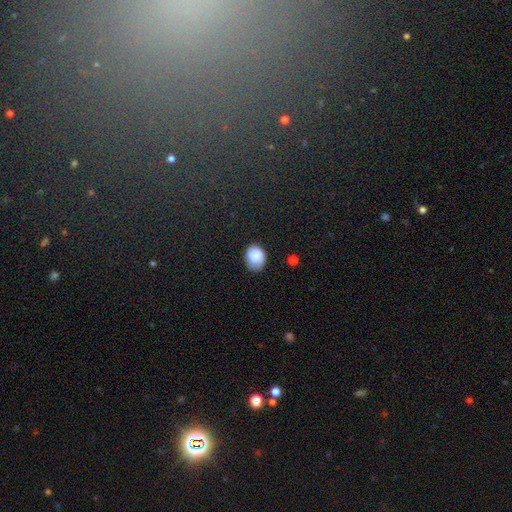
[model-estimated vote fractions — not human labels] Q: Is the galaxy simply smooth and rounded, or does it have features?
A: smooth — 78%.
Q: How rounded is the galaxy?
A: in between — 64%.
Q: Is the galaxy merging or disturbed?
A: none — 65%.